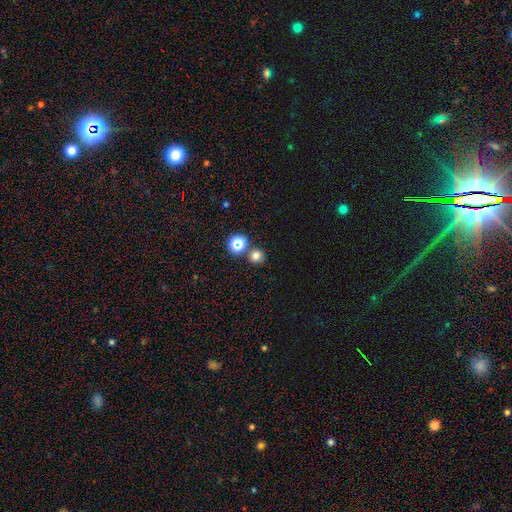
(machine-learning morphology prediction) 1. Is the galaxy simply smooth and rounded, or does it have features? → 70% smooth, 23% star or artifact, 7% featured or disk.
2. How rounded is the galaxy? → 89% round, 10% in between, 1% cigar-shaped.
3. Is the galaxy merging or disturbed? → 77% none, 13% merger, 8% minor disturbance, 3% major disturbance.